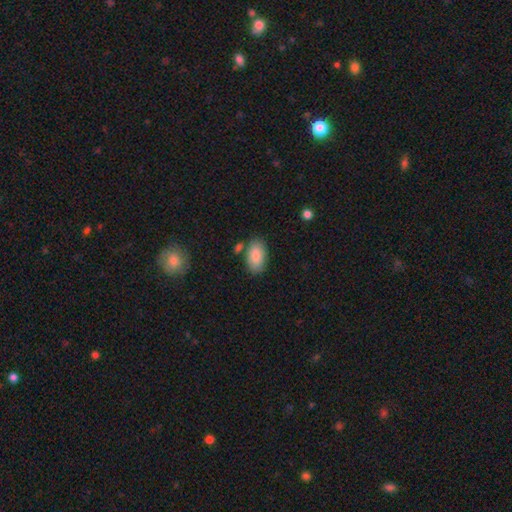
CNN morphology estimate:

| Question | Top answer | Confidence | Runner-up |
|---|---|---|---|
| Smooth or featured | smooth | 86% | featured or disk (8%) |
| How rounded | in between | 94% | round (4%) |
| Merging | none | 76% | minor disturbance (13%) |